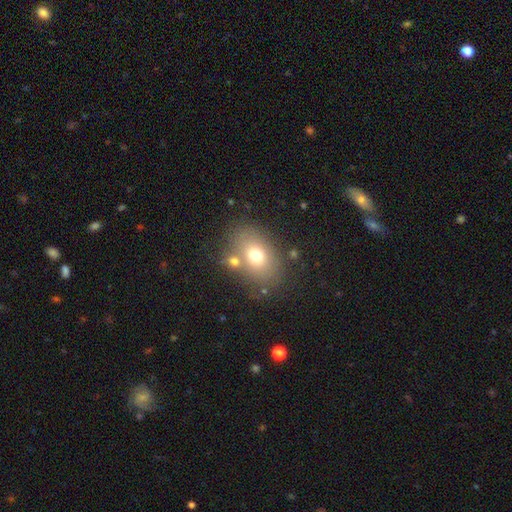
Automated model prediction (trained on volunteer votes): smooth 70%, featured or disk 17%, star or artifact 12%. Down the decision tree: how rounded — in between (76%); merging — none (69%).